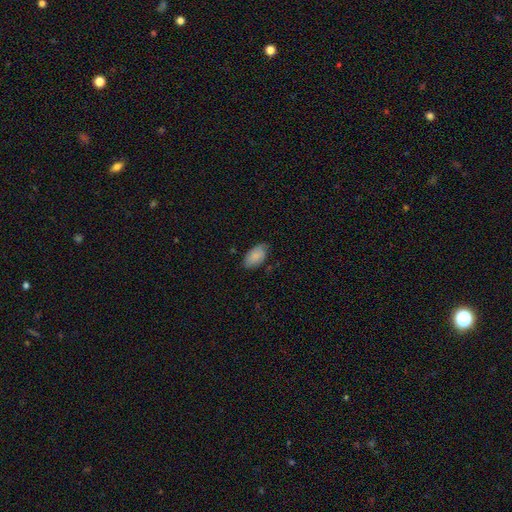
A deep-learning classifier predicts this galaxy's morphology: smooth 83%, featured or disk 11%, star or artifact 6%. Down the decision tree: how rounded — in between (95%); merging — none (75%).